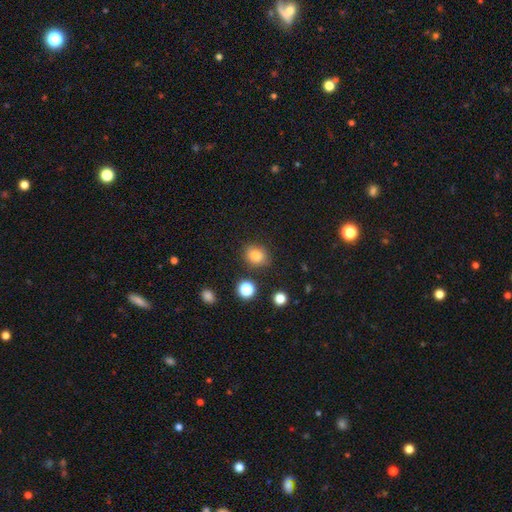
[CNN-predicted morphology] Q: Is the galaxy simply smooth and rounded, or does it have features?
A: smooth — 82%.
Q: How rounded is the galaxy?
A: round — 64%.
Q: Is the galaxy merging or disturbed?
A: none — 82%.